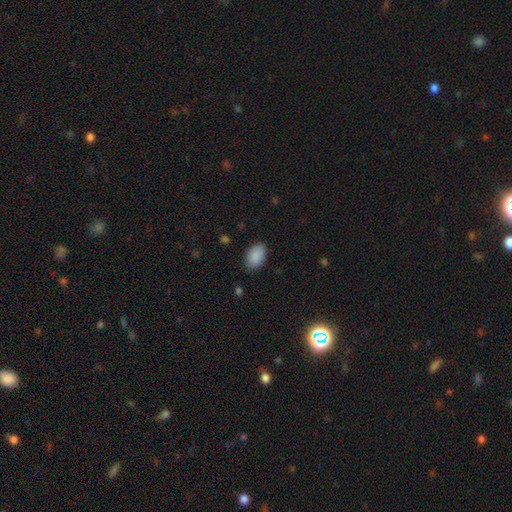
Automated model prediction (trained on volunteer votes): A smooth galaxy with no disk features (90%) that is in between round and cigar-shaped (90%). Merging: none (83%).